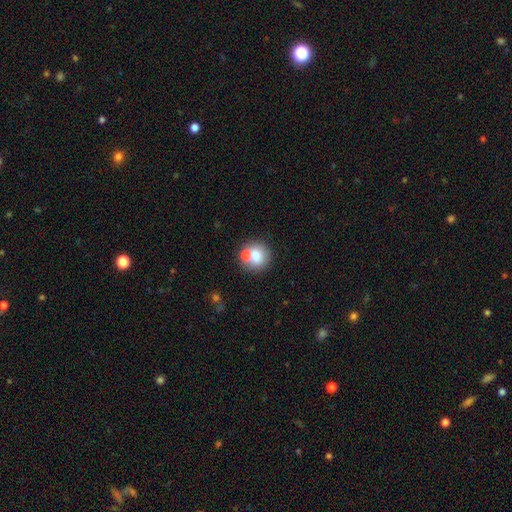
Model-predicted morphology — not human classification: This is likely a smooth galaxy (72%). How rounded: clearly round (88%). Merging: possibly none (58%).